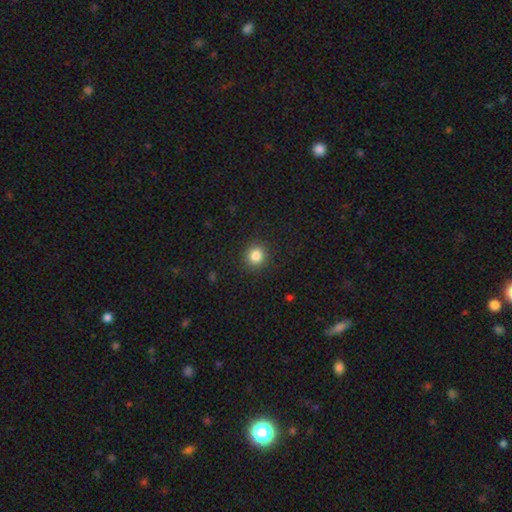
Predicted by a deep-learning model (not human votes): Smooth or featured? smooth (84%)
How rounded? round (90%)
Merging? none (91%)